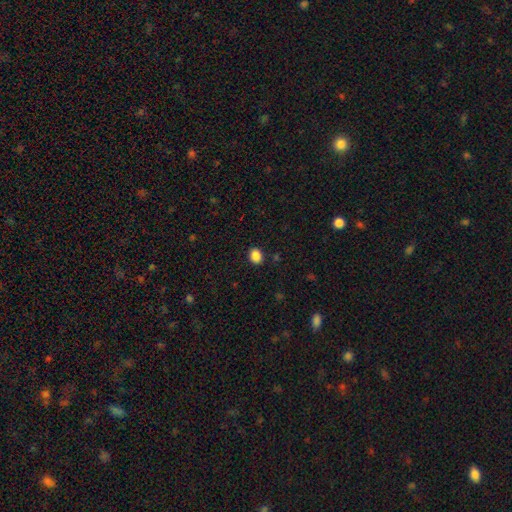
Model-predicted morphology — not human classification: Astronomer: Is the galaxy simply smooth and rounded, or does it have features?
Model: smooth — 88%.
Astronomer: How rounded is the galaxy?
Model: in between — 51% (runner-up: round, 48%).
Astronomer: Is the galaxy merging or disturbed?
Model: none — 89%.